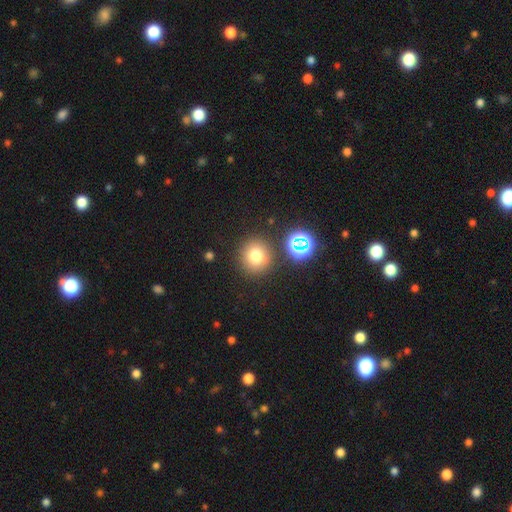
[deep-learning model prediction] The model was most divided on "smooth or featured": smooth: 74%, star or artifact: 17%, featured or disk: 9%. More confident: how rounded — round (91%); merging — none (84%).